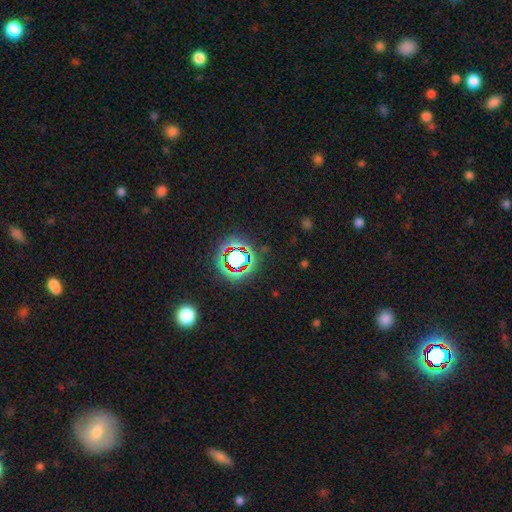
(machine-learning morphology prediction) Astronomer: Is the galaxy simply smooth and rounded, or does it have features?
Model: star or artifact — 79%.